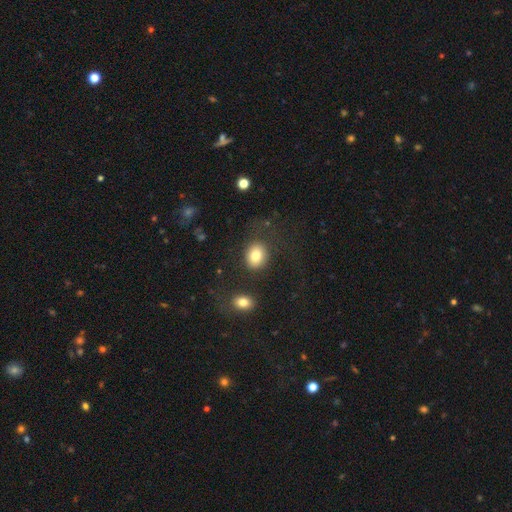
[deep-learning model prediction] This appears to be a smooth galaxy with no disk features (82%) that is round (52%). Merging: none (76%).